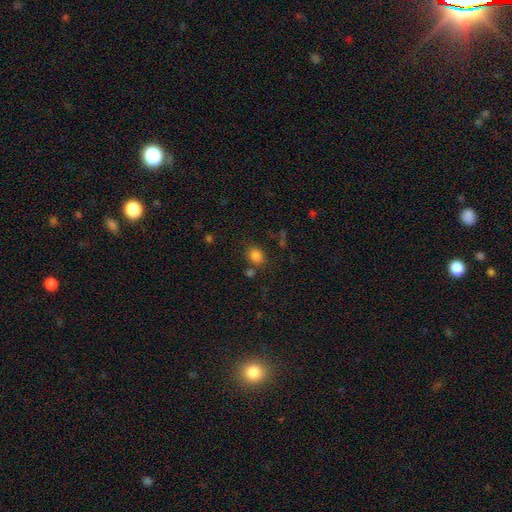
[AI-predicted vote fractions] A smooth galaxy with no disk features (83%) that is round (61%).

Vote fractions:
- Smooth or featured? smooth: 83% / star or artifact: 12% / featured or disk: 5%
- How rounded? round: 61% / in between: 38% / cigar-shaped: 1%
- Merging? none: 74% / minor disturbance: 12% / merger: 9% / major disturbance: 4%